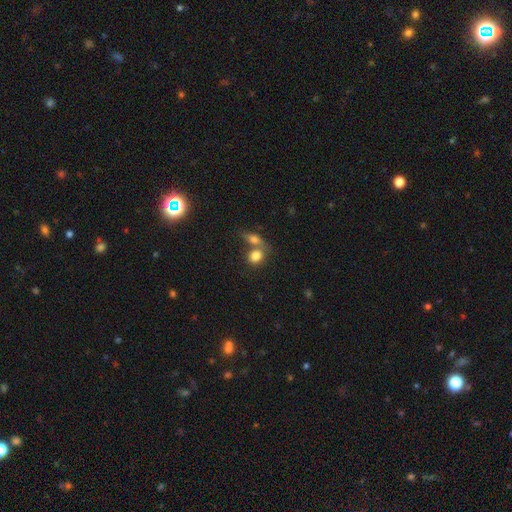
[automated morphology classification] smooth-or-featured: smooth: 80% | featured or disk: 10% | star or artifact: 9%
  how-rounded: round: 50% | in between: 48% | cigar-shaped: 2%
  merging: merger: 48% | none: 39% | minor disturbance: 9% | major disturbance: 4%